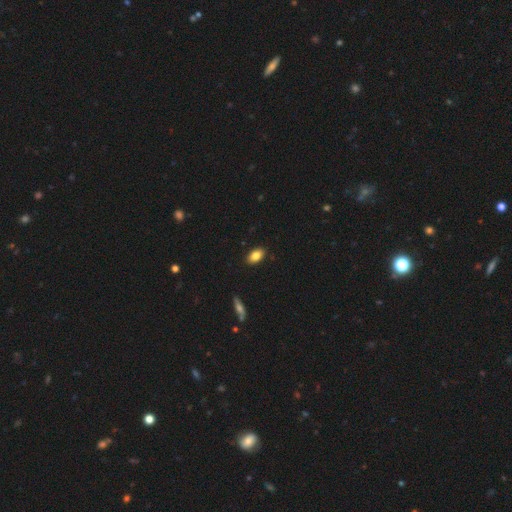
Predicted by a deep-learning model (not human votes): Smooth or featured? smooth (84%)
How rounded? in between (91%)
Merging? none (88%)